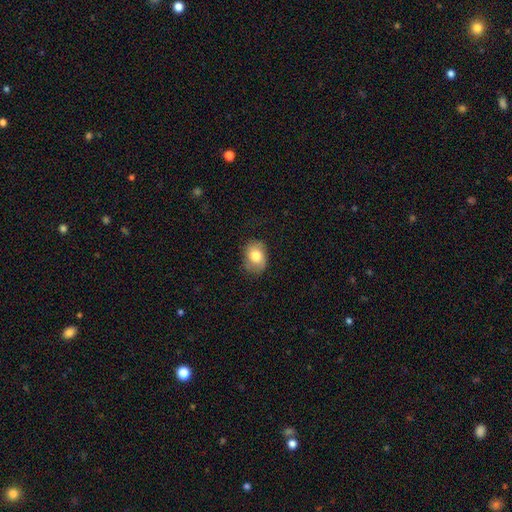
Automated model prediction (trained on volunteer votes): Overall: smooth (76%). How rounded: in between (67%; round 32%). Merging: none (69%).